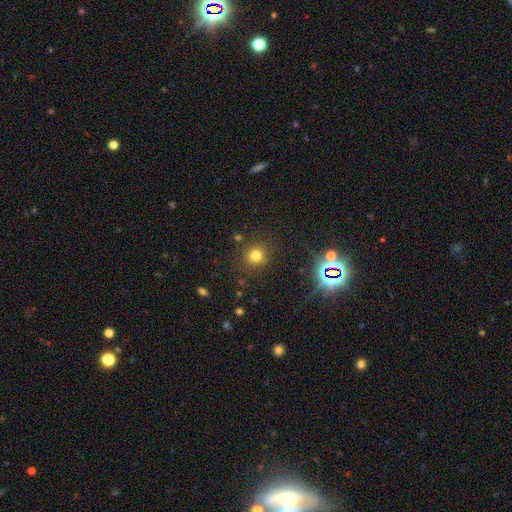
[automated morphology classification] Q: Smooth or featured?
A: smooth (74%); runner-up: star or artifact (19%)
Q: How rounded?
A: round (91%); runner-up: in between (8%)
Q: Merging?
A: none (86%); runner-up: minor disturbance (8%)